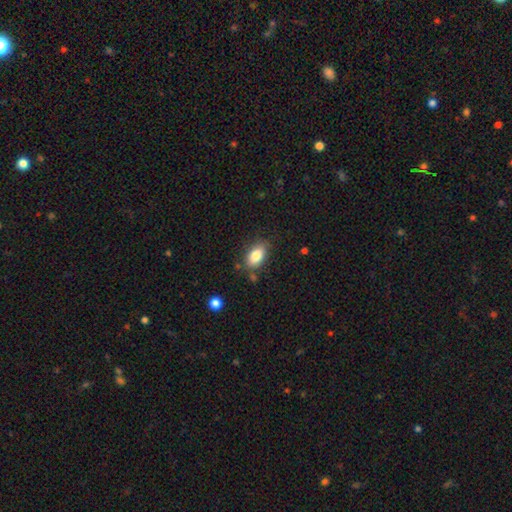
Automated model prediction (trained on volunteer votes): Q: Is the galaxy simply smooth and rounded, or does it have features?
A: smooth — 83%.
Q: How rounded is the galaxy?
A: in between — 89%.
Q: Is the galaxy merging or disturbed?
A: none — 78%.